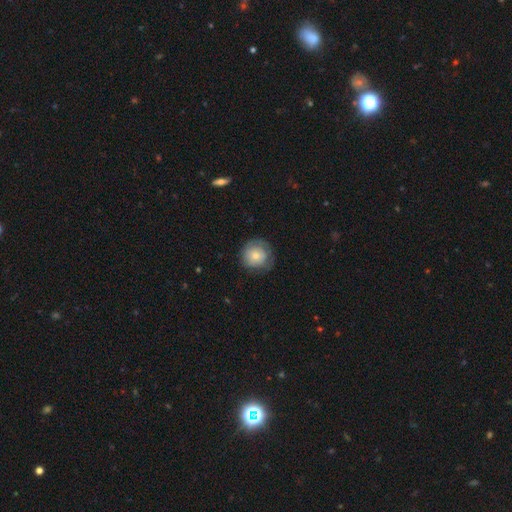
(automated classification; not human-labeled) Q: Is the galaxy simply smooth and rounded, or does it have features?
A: smooth — 71%.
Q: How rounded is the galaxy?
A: round — 90%.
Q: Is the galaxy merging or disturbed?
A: none — 70%.